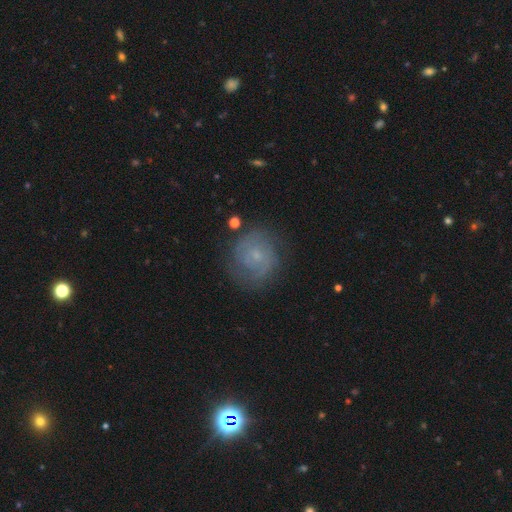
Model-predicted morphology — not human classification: Overall: featured or disk (62%; smooth 28%). Edge-on disk: no (98%). Bar: no (69%). Spiral arms: yes (86%). Spiral arm count: 2 (55%; can't tell 28%). Spiral winding: tight (51%; medium 36%). Bulge size: small (71%). Merging: none (75%).